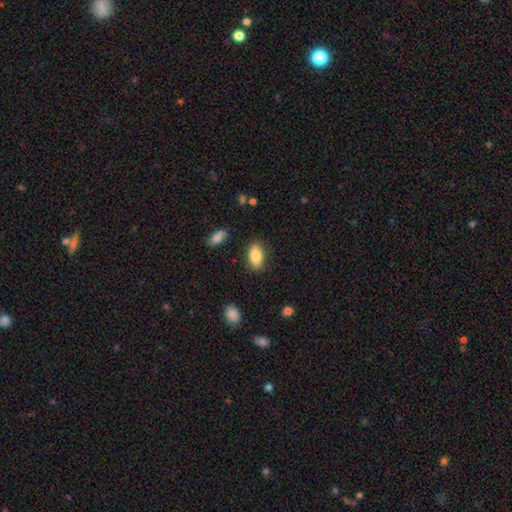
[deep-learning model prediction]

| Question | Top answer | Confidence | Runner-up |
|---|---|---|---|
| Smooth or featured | smooth | 82% | featured or disk (11%) |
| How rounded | in between | 89% | cigar-shaped (6%) |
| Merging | none | 85% | minor disturbance (10%) |